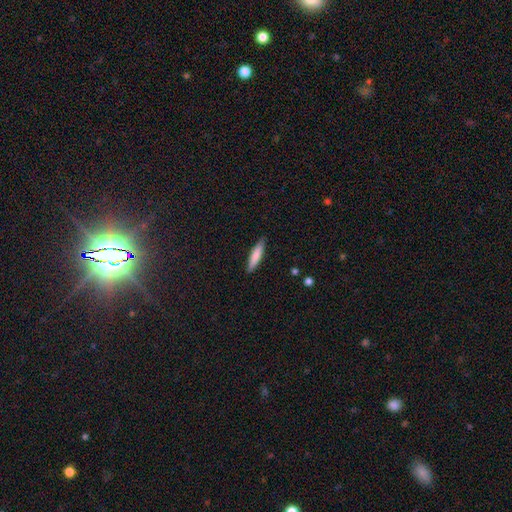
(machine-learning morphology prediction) A smooth galaxy with no disk features (79%) that is cigar-shaped (82%).

Vote fractions:
- Smooth or featured? smooth: 79% / featured or disk: 15% / star or artifact: 6%
- How rounded? cigar-shaped: 82% / in between: 16% / round: 1%
- Merging? none: 87% / minor disturbance: 10% / major disturbance: 2% / merger: 1%